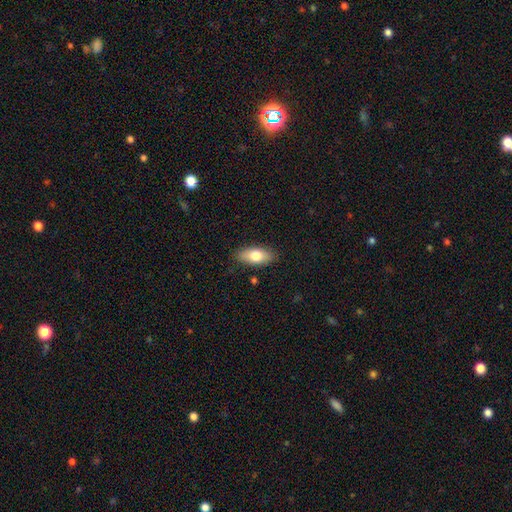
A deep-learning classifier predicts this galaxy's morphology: smooth 74%, featured or disk 19%, star or artifact 7%. Down the decision tree: how rounded — in between (83%); merging — none (86%).